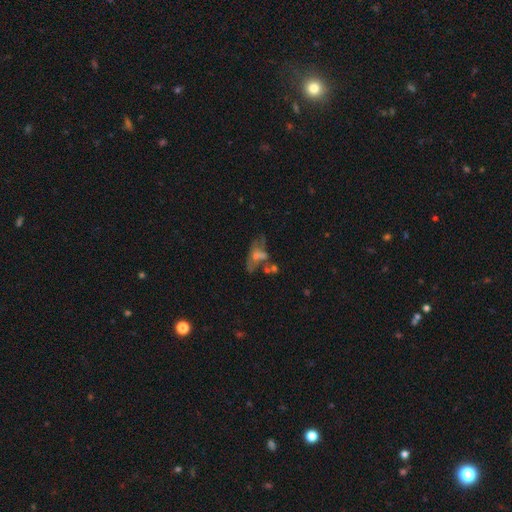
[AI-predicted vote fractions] This is possibly a featured or disk galaxy (52%). It is clearly not viewed edge-on (88%). Merging: marginally none (36%).